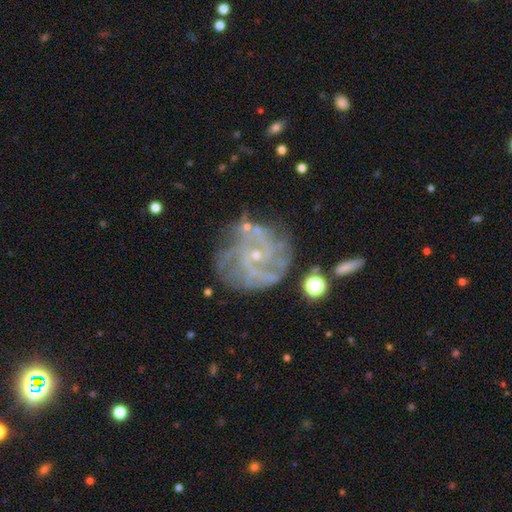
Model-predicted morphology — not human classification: Smooth or featured?
  - featured or disk: 83% *
  - smooth: 9%
  - star or artifact: 8%
Edge-on disk?
  - no: 97% *
  - yes: 3%
Bar?
  - no: 66% *
  - weak: 28%
  - strong: 6%
Spiral arms?
  - yes: 91% *
  - no: 9%
Spiral winding?
  - tight: 49% *
  - medium: 38%
  - loose: 13%
Spiral arm count?
  - can't tell: 33% *
  - 3: 19%
  - 2: 18%
  - 4: 17%
  - more than 4: 7%
  - 1: 6%
Bulge size?
  - small: 82% *
  - moderate: 12%
  - none: 4%
  - large: 1%
  - dominant: 1%
Merging?
  - none: 66% *
  - minor disturbance: 19%
  - major disturbance: 11%
  - merger: 4%